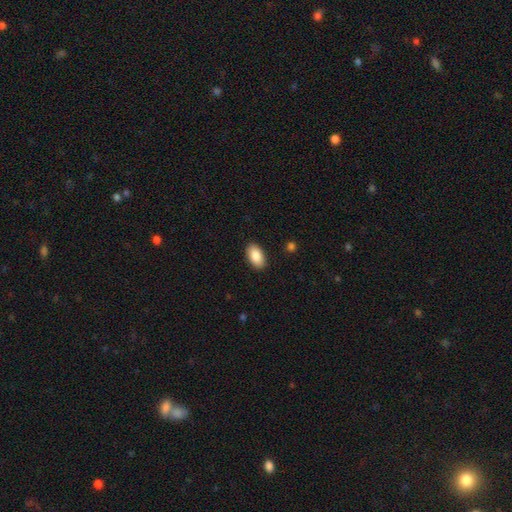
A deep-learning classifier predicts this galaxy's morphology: Overall: smooth (88%). How rounded: in between (94%). Merging: none (89%).